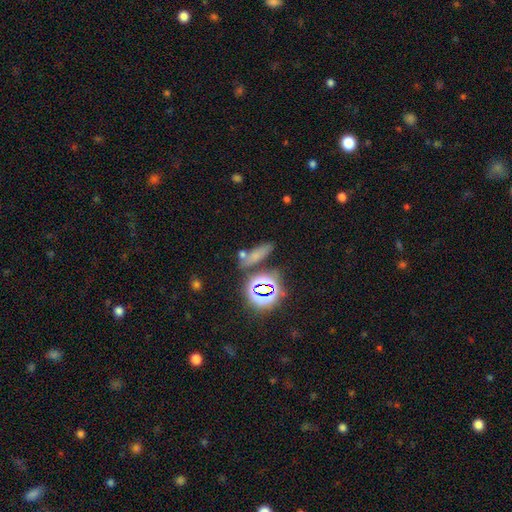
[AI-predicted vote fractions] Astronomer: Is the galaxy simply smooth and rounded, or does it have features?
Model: smooth — 60%.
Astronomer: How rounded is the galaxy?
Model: cigar-shaped — 47% (runner-up: in between, 40%).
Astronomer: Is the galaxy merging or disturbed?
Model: none — 67%.